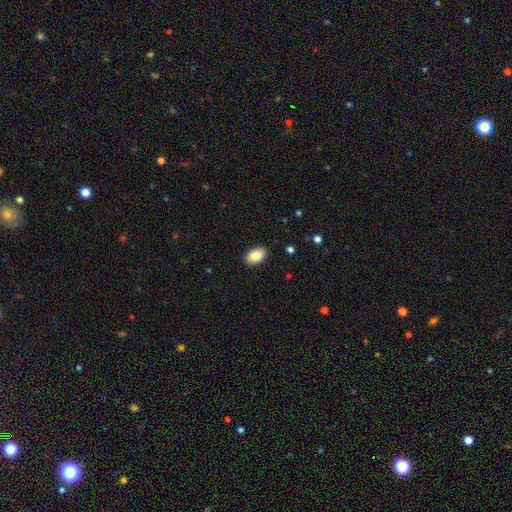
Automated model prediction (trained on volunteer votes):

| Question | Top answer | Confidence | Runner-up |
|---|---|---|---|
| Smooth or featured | smooth | 85% | featured or disk (8%) |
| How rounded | in between | 91% | round (8%) |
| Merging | none | 89% | minor disturbance (8%) |